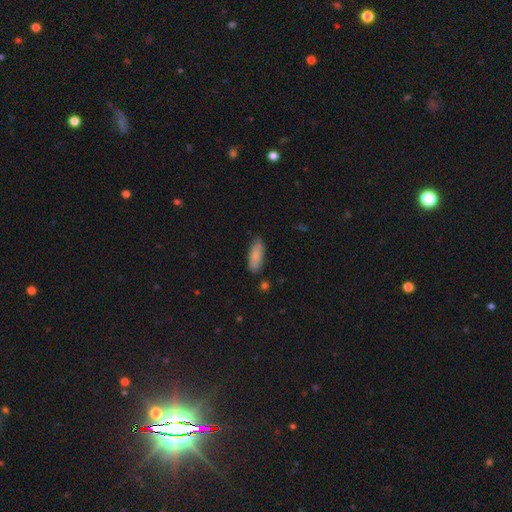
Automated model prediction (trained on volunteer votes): Morphology: type=smooth (81%); roundness=in between (75%); merging=none (76%).